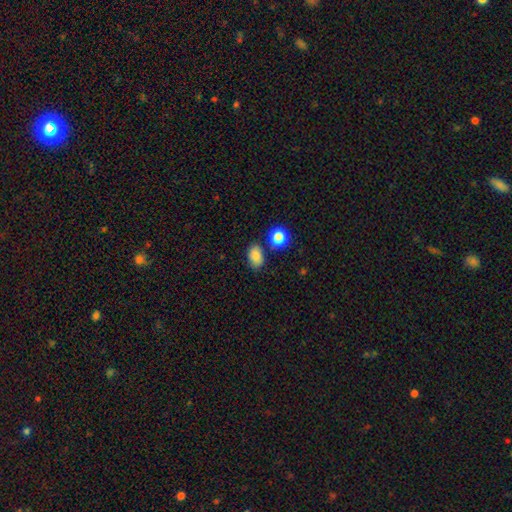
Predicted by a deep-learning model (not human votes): Morphology: type=smooth (85%); roundness=in between (84%); merging=none (74%).